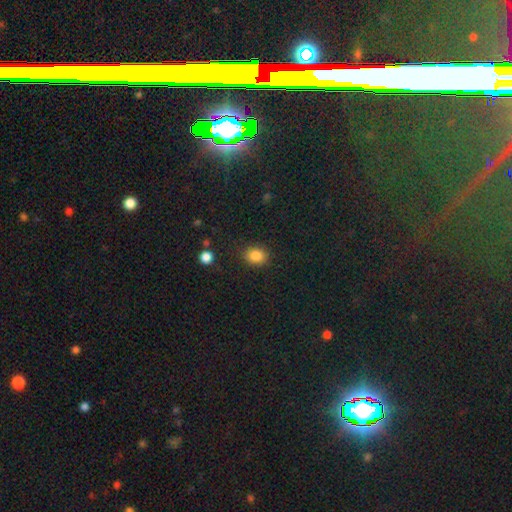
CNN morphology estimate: A smooth galaxy with no disk features (85%) that is round (53%).

Vote fractions:
- Smooth or featured? smooth: 85% / star or artifact: 11% / featured or disk: 5%
- How rounded? round: 53% / in between: 46% / cigar-shaped: 1%
- Merging? none: 85% / minor disturbance: 10% / major disturbance: 3% / merger: 2%